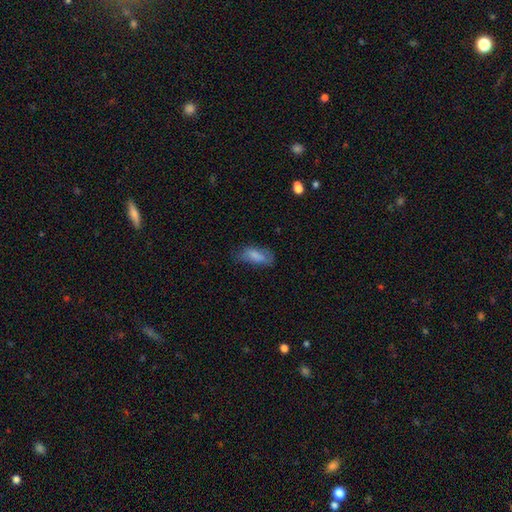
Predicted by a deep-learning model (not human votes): Overall: smooth (78%). How rounded: in between (83%). Merging: none (60%; minor disturbance 27%).